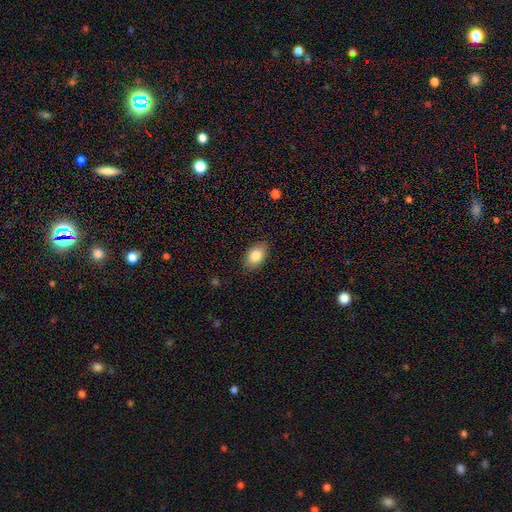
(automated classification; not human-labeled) This is clearly a smooth galaxy (83%). How rounded: clearly in between (87%). Merging: clearly none (85%).